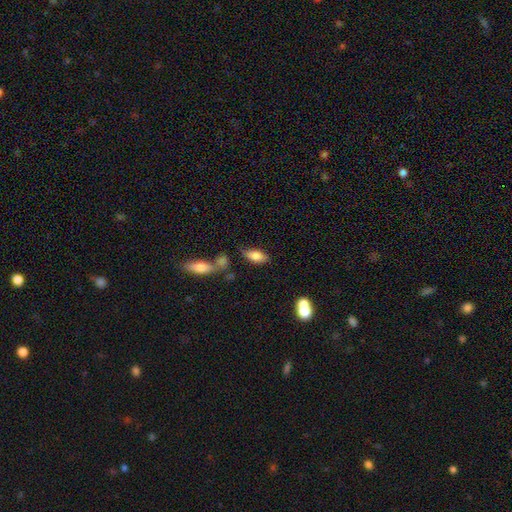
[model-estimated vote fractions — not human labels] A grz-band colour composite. It shows a smooth galaxy with no disk features (81%) that is in between round and cigar-shaped (88%). Merging: none (68%).